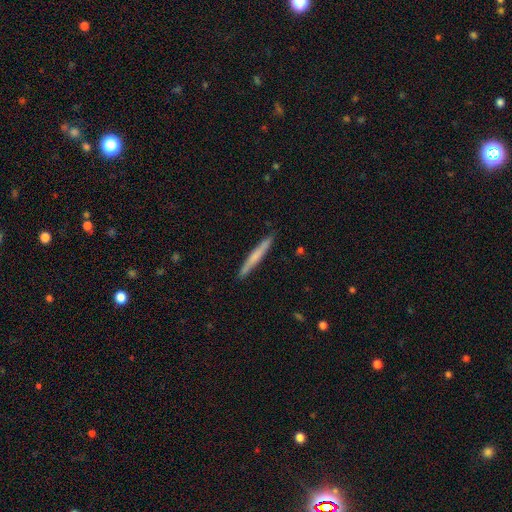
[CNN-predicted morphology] Smooth or featured?
  - smooth: 58% *
  - featured or disk: 36%
  - star or artifact: 6%
How rounded?
  - cigar-shaped: 97% *
  - in between: 2%
  - round: 1%
Merging?
  - none: 91% *
  - minor disturbance: 7%
  - major disturbance: 1%
  - merger: 1%